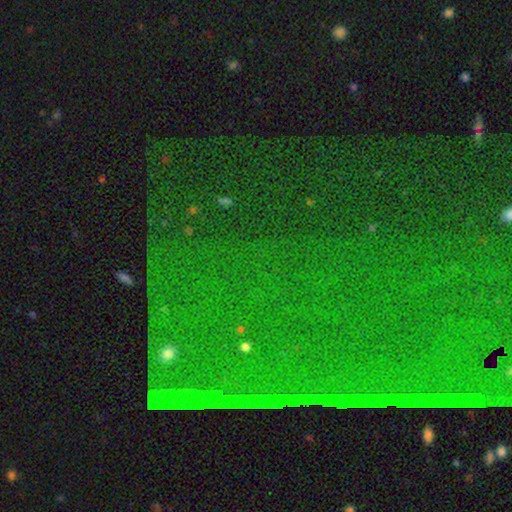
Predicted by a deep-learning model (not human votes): The model was most divided on "smooth or featured": star or artifact: 86%, featured or disk: 7%, smooth: 7%.